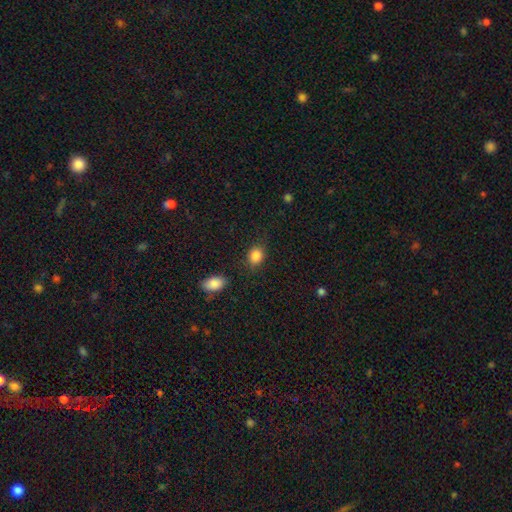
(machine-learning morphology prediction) Q: Smooth or featured?
A: smooth (86%); runner-up: star or artifact (10%)
Q: How rounded?
A: in between (50%); runner-up: round (48%)
Q: Merging?
A: none (78%); runner-up: minor disturbance (14%)